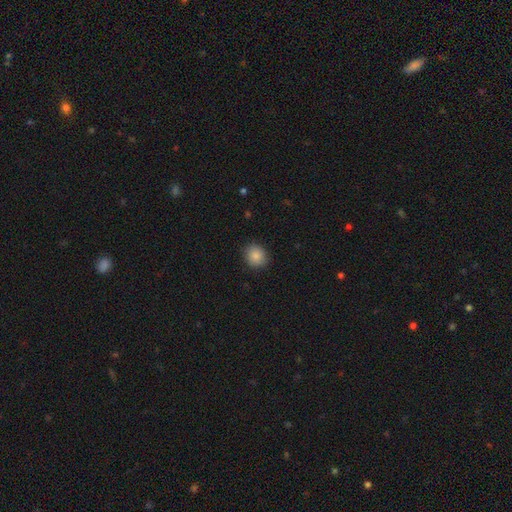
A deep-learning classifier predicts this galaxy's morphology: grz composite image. It shows a smooth galaxy with no disk features (87%) that is round (80%). Merging: none (88%).